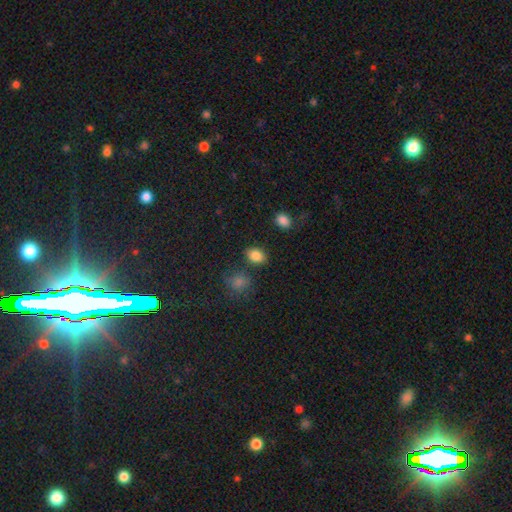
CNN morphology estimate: This is clearly a smooth galaxy (85%). How rounded: likely in between (77%). Merging: likely none (79%).